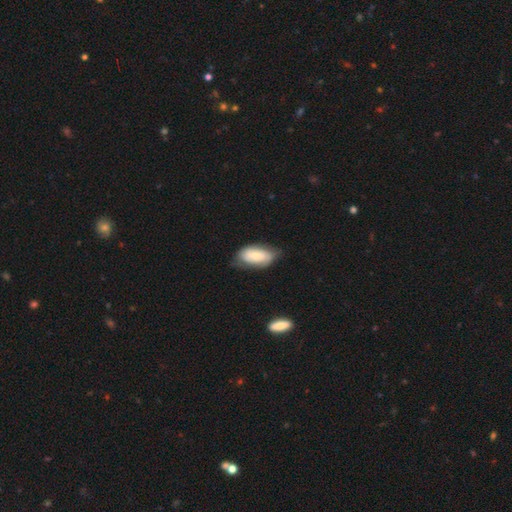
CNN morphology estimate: smooth-or-featured: smooth: 65% | featured or disk: 29% | star or artifact: 6%
  how-rounded: in between: 92% | cigar-shaped: 5% | round: 3%
  merging: none: 60% | minor disturbance: 30% | major disturbance: 8% | merger: 2%